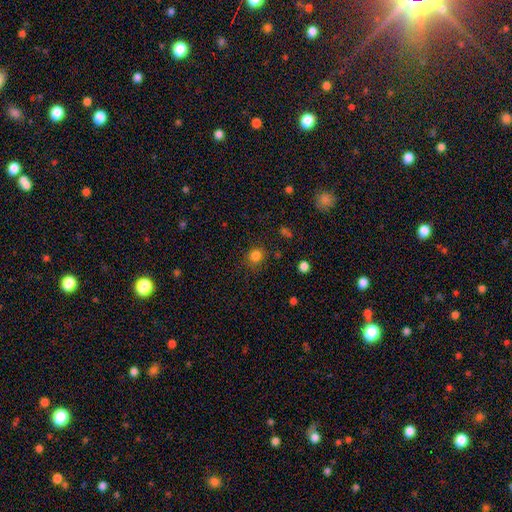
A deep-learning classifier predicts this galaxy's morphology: type=smooth (81%); roundness=round (82%); merging=none (81%).